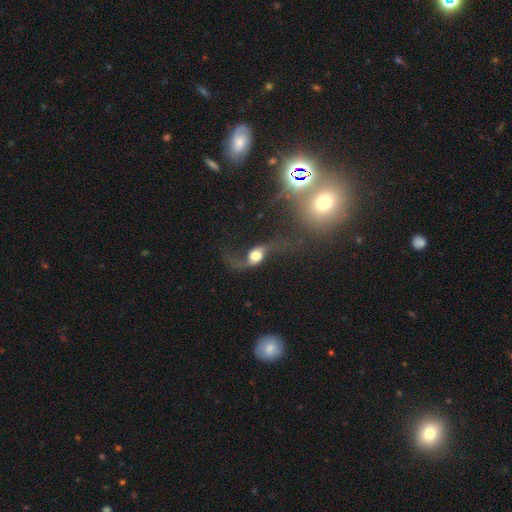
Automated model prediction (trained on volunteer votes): Smooth or featured: featured or disk — 66% (smooth — 25%)
Edge-on disk: no — 92% (yes — 8%)
Bar: no — 65% (weak — 25%)
Spiral arms: yes — 87% (no — 13%)
Spiral winding: loose — 91% (medium — 7%)
Spiral arm count: 2 — 83% (1 — 13%)
Bulge size: large — 42% (moderate — 29%)
Merging: none — 38% (major disturbance — 35%)